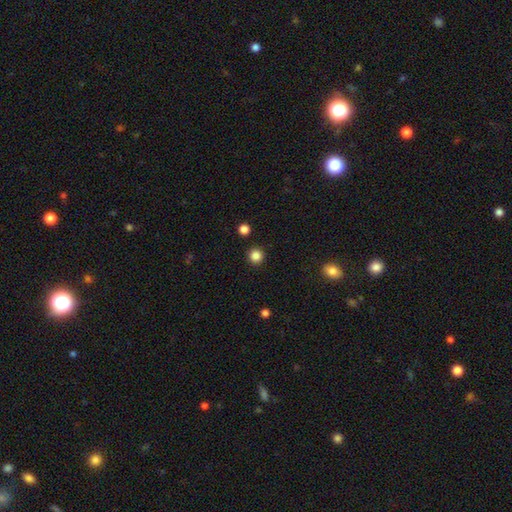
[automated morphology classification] Smooth or featured?
  - smooth: 85% *
  - star or artifact: 12%
  - featured or disk: 3%
How rounded?
  - round: 95% *
  - in between: 4%
  - cigar-shaped: 1%
Merging?
  - none: 93% *
  - minor disturbance: 4%
  - merger: 2%
  - major disturbance: 2%